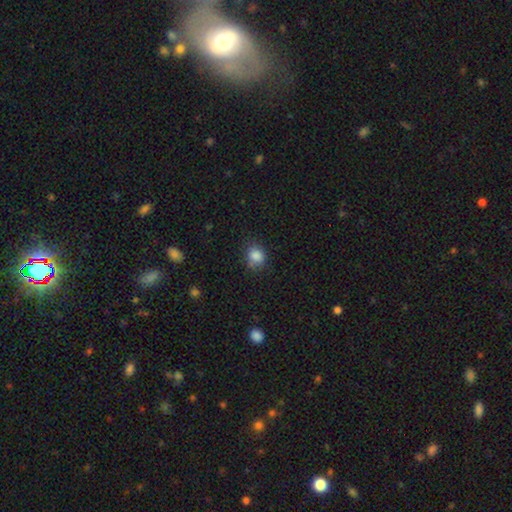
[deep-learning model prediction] Morphology: type=smooth (84%); roundness=round (63%); merging=none (68%).